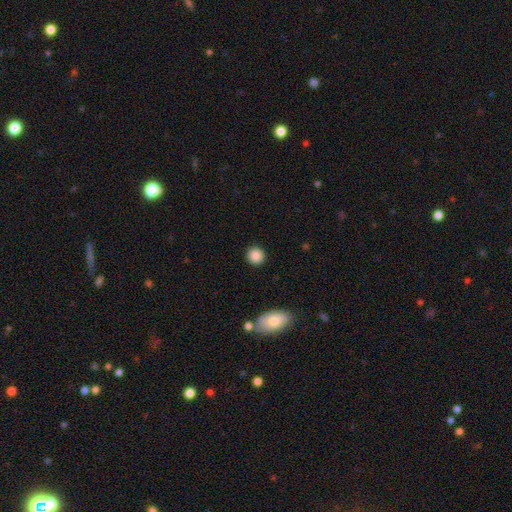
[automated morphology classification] The model was most divided on "smooth or featured": smooth: 88%, star or artifact: 8%, featured or disk: 4%. More confident: how rounded — round (91%); merging — none (90%).